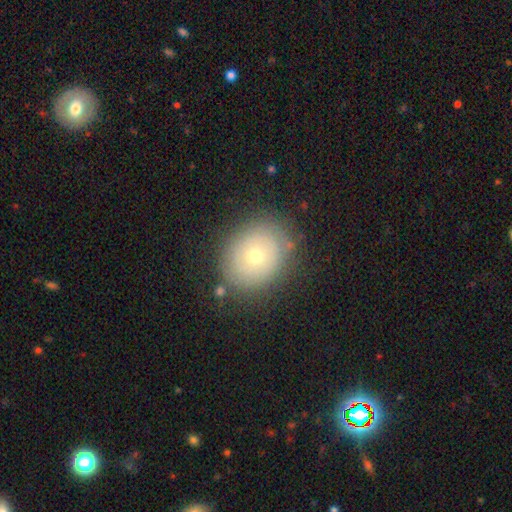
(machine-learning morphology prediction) Smooth or featured?
  - smooth: 56% *
  - featured or disk: 34%
  - star or artifact: 10%
How rounded?
  - round: 62% *
  - in between: 37%
  - cigar-shaped: 1%
Merging?
  - none: 80% *
  - minor disturbance: 13%
  - major disturbance: 5%
  - merger: 2%